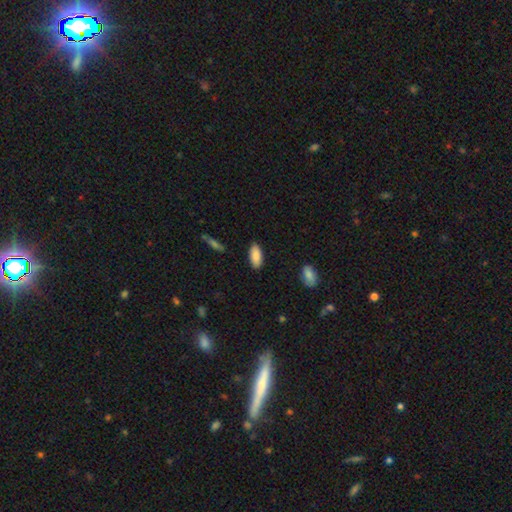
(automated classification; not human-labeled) smooth 87%, featured or disk 7%, star or artifact 6%. Down the decision tree: how rounded — in between (88%); merging — none (87%).